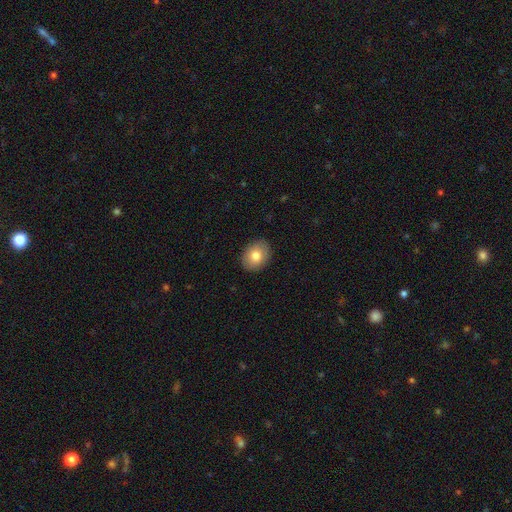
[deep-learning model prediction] Overall: smooth (78%). How rounded: in between (58%; round 41%). Merging: none (89%).